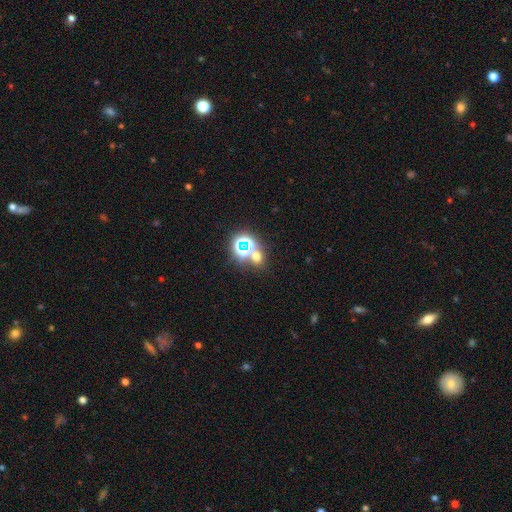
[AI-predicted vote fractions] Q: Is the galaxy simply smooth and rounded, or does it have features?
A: smooth — 46%, tied with star or artifact.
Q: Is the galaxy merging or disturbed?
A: none — 64%.